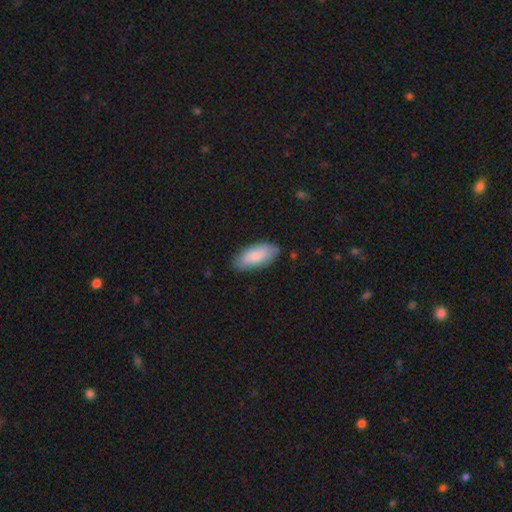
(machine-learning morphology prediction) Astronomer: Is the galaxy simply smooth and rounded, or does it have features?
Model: smooth — 84%.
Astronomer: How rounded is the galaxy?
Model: in between — 88%.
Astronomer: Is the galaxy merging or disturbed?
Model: none — 81%.